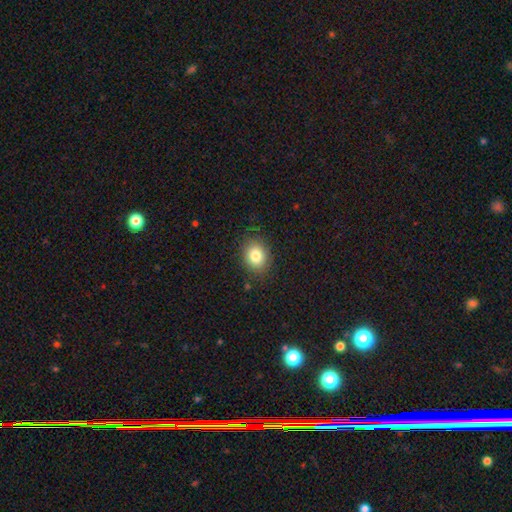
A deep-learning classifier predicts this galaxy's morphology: smooth_or_featured: smooth (p=0.82) [alt: star or artifact p=0.10]
how_rounded: round (p=0.53) [alt: in between p=0.46]
merging: none (p=0.85) [alt: minor disturbance p=0.11]